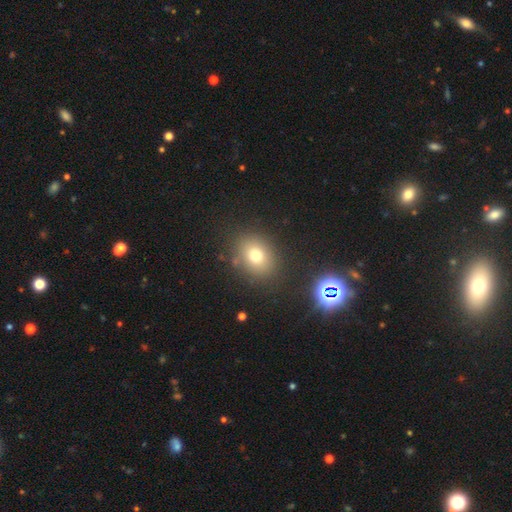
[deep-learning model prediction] smooth 74%, star or artifact 14%, featured or disk 11%. Down the decision tree: how rounded — round (50%); merging — none (83%).